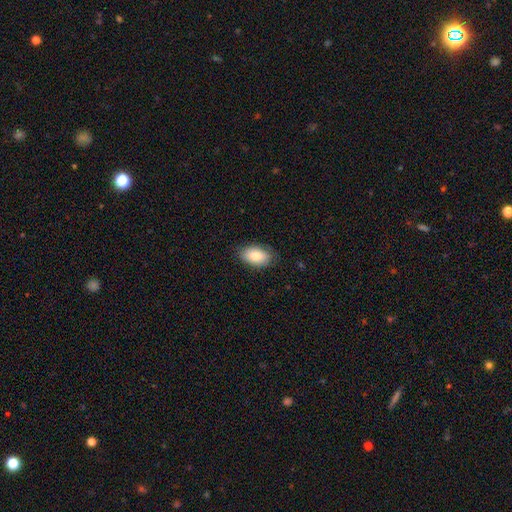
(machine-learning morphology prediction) Q: Smooth or featured?
A: smooth (81%); runner-up: featured or disk (12%)
Q: How rounded?
A: in between (90%); runner-up: round (8%)
Q: Merging?
A: none (82%); runner-up: minor disturbance (14%)